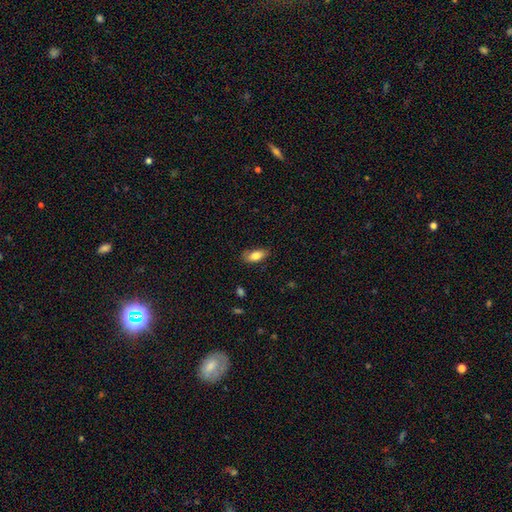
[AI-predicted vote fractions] Smooth or featured?
  - smooth: 82% *
  - featured or disk: 11%
  - star or artifact: 7%
How rounded?
  - in between: 86% *
  - cigar-shaped: 10%
  - round: 3%
Merging?
  - none: 73% *
  - minor disturbance: 21%
  - major disturbance: 5%
  - merger: 1%